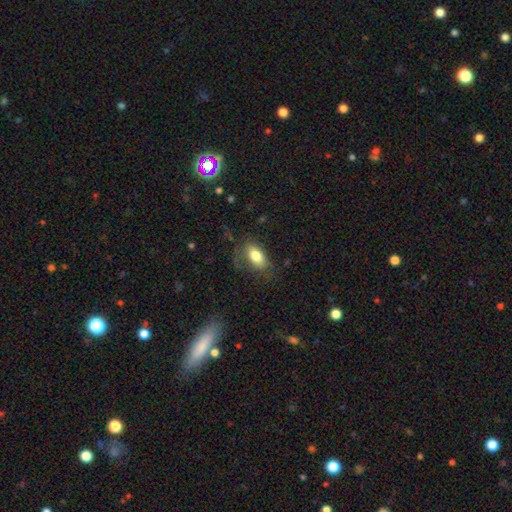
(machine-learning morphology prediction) smooth-or-featured: smooth: 78% | featured or disk: 14% | star or artifact: 8%
  how-rounded: in between: 90% | round: 5% | cigar-shaped: 5%
  merging: none: 64% | minor disturbance: 22% | major disturbance: 13% | merger: 2%